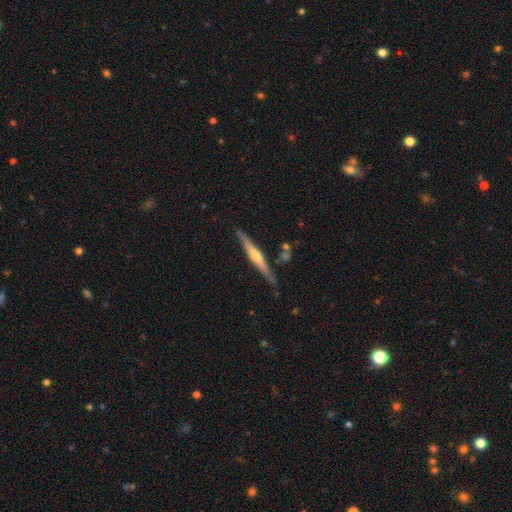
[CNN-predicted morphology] Smooth or featured? Predicted: featured or disk (p=0.71). Edge-on disk? Predicted: yes (p=0.97). Edge-on bulge? Predicted: rounded (p=0.82). Merging? Predicted: none (p=0.84).